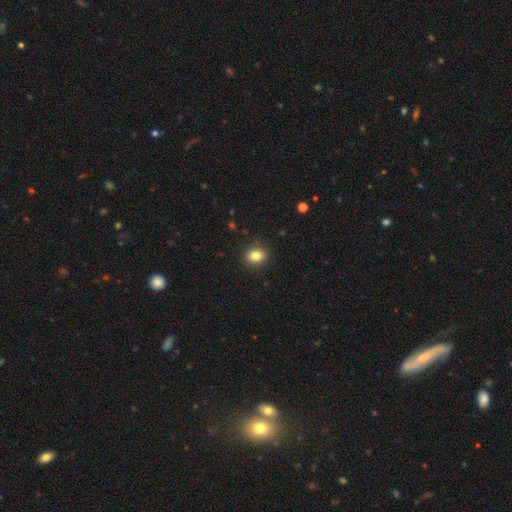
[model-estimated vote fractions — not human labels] Smooth or featured? Predicted: smooth (p=0.82). How rounded? Predicted: round (p=0.57). Merging? Predicted: none (p=0.88).